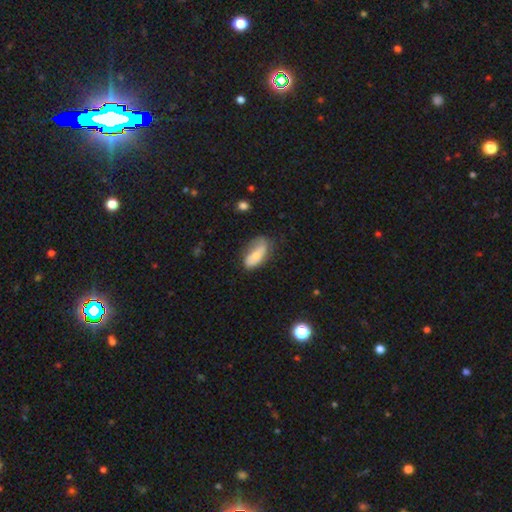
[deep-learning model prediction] Smooth or featured? Predicted: smooth (p=0.65). How rounded? Predicted: in between (p=0.85). Merging? Predicted: none (p=0.50).